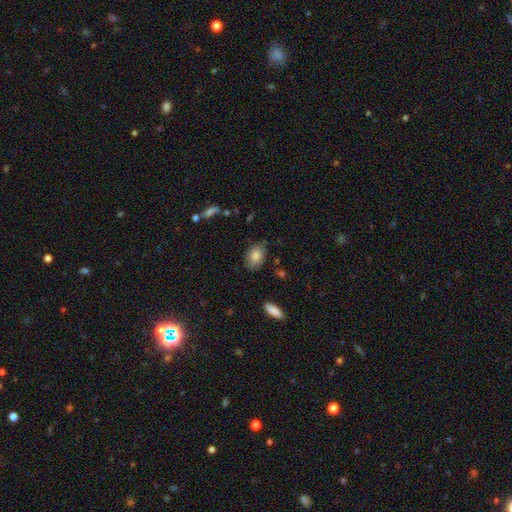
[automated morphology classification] A smooth galaxy with no disk features (84%) that is in between round and cigar-shaped (88%).

Vote fractions:
- Smooth or featured? smooth: 84% / featured or disk: 9% / star or artifact: 7%
- How rounded? in between: 88% / round: 11% / cigar-shaped: 1%
- Merging? none: 79% / minor disturbance: 15% / major disturbance: 3% / merger: 2%